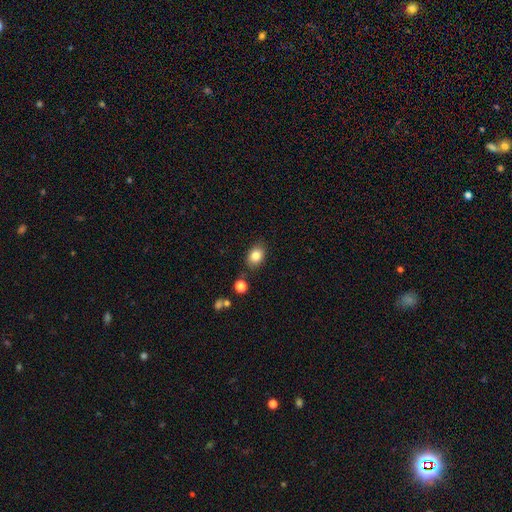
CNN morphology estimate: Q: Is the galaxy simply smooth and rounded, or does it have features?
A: smooth — 83%.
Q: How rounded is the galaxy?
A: in between — 68%.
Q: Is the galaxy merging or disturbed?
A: none — 80%.